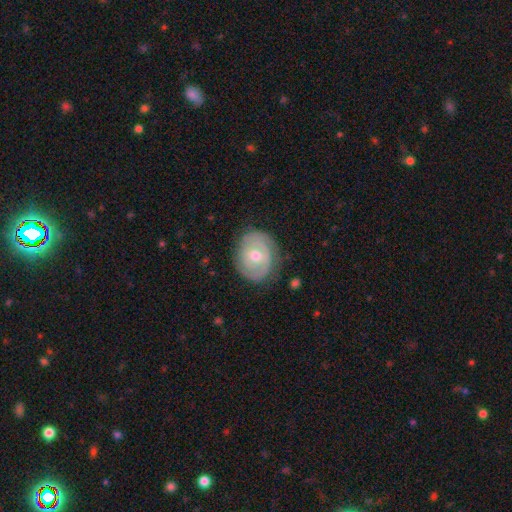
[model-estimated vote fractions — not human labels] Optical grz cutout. It shows a featured or disk galaxy (68%) with no bar (59%), 2 (53%) tight (65%) spiral arms (78%) and a moderate central bulge (71%). Merging: none (77%).